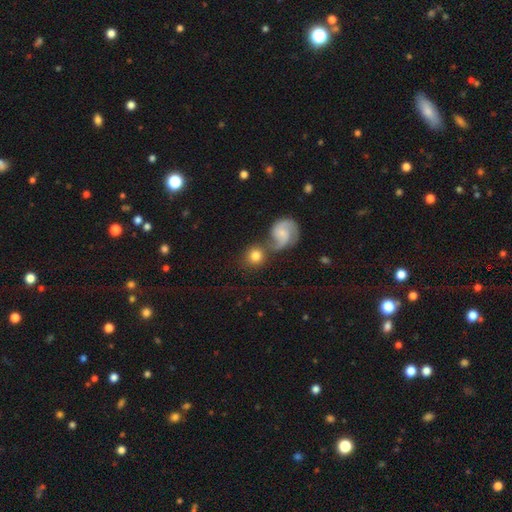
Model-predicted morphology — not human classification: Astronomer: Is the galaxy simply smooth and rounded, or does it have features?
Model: smooth — 70%.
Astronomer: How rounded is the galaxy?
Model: round — 87%.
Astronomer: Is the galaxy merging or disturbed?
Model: none — 50% (runner-up: merger, 35%).